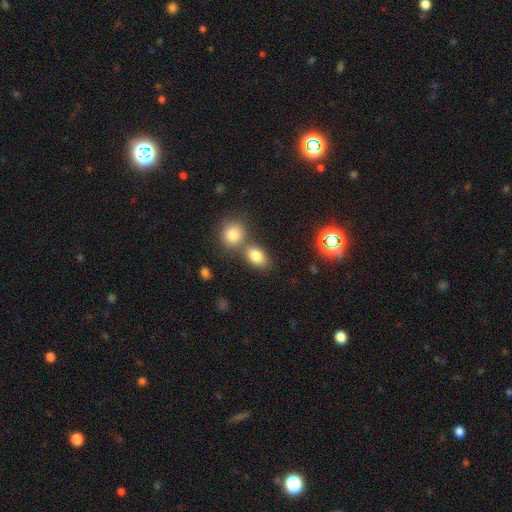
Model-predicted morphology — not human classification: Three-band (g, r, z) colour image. It shows a smooth galaxy with no disk features (81%) that is in between round and cigar-shaped (75%). Merging: none (53%).